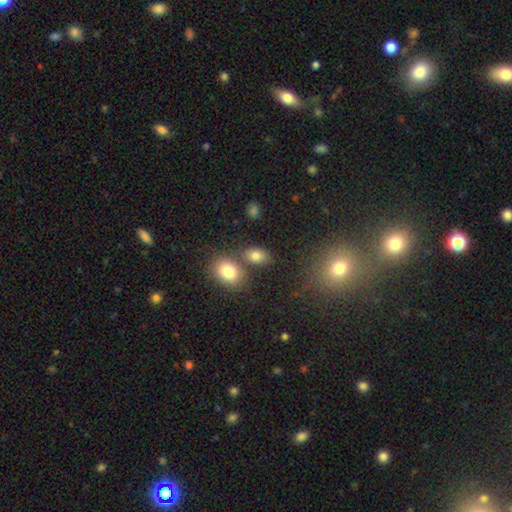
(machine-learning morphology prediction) Overall: smooth (80%). How rounded: in between (77%). Merging: none (66%).